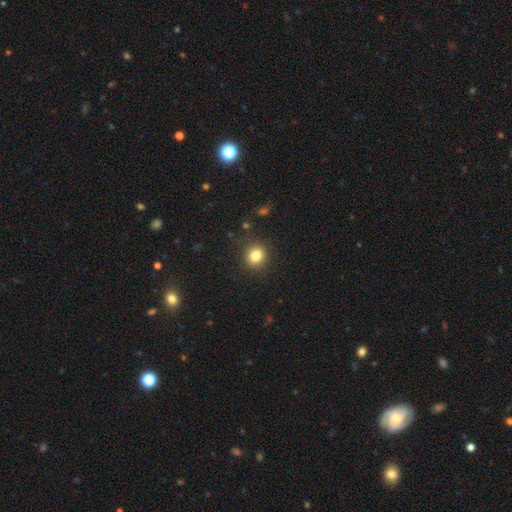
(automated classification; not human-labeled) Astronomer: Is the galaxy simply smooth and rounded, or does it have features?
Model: smooth — 82%.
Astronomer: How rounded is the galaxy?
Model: round — 84%.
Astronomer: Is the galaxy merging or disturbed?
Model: none — 89%.